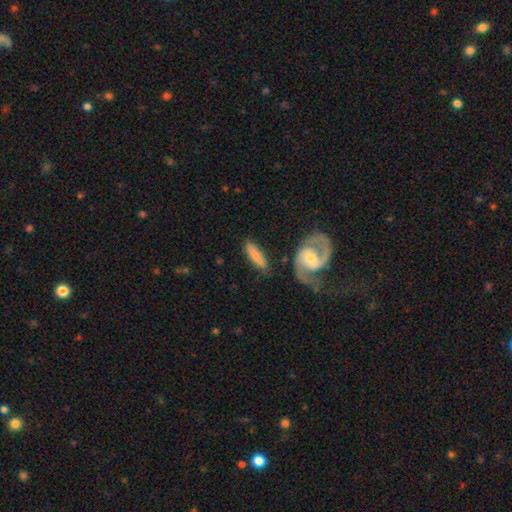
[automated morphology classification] Smooth or featured: smooth — 62% (featured or disk — 32%)
How rounded: cigar-shaped — 55% (in between — 42%)
Merging: none — 72% (minor disturbance — 15%)